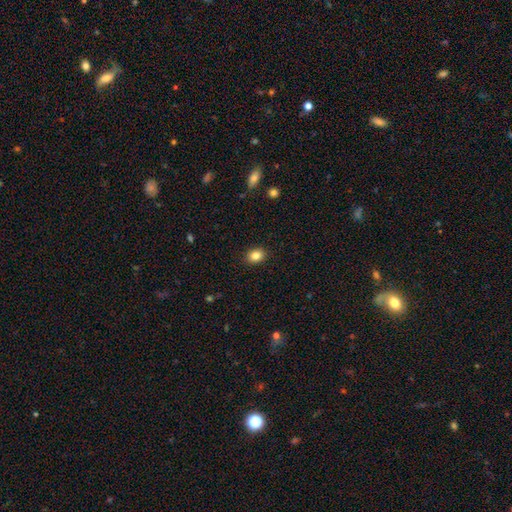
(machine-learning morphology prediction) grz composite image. It shows a smooth galaxy with no disk features (85%) that is in between round and cigar-shaped (58%). Merging: none (89%).